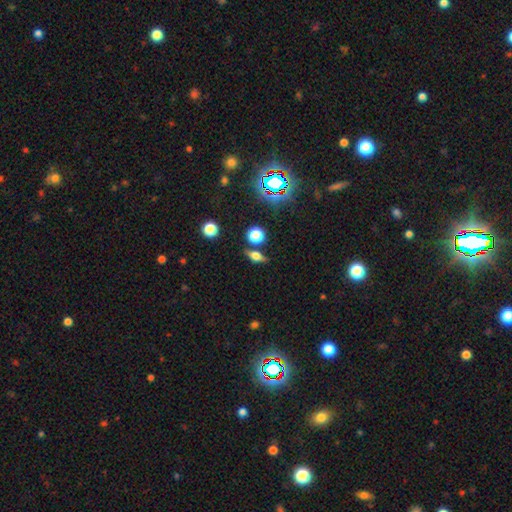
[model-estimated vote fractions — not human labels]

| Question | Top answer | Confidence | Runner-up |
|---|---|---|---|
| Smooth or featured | smooth | 43% | featured or disk (41%) |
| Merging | none | 77% | minor disturbance (13%) |